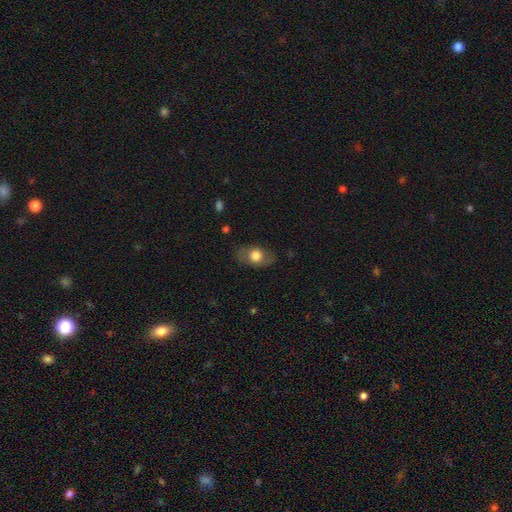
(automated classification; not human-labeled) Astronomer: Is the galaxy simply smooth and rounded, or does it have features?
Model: smooth — 64%.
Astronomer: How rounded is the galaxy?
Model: in between — 77%.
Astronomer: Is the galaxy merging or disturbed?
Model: none — 77%.